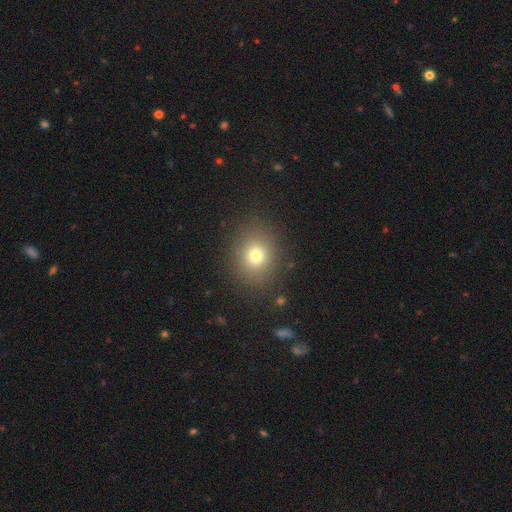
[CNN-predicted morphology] The model was most divided on "how rounded": round: 70%, in between: 29%, cigar-shaped: 1%. More confident: merging — none (86%); smooth or featured — smooth (75%).